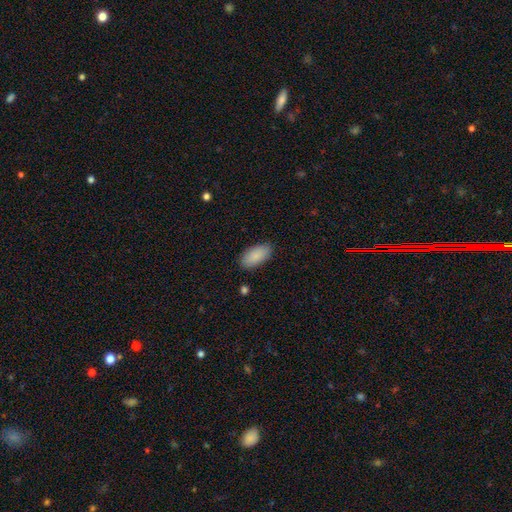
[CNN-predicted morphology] smooth 87%, featured or disk 7%, star or artifact 6%. Down the decision tree: how rounded — in between (94%); merging — none (85%).